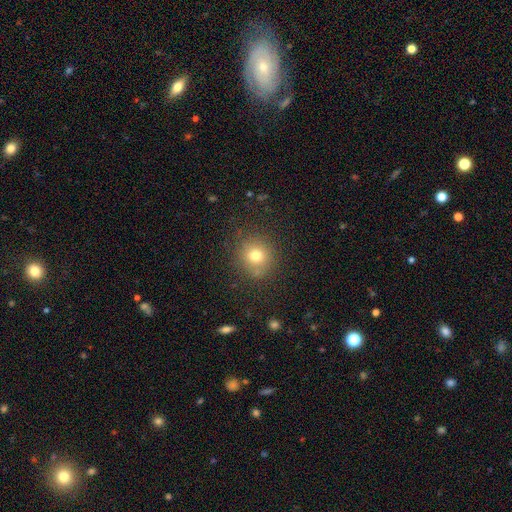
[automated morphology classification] smooth 75%, star or artifact 15%, featured or disk 10%. Down the decision tree: how rounded — round (88%); merging — none (80%).